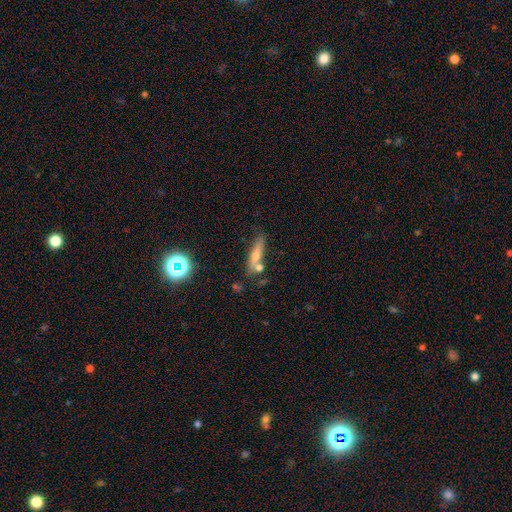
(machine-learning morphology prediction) A smooth galaxy with no disk features (56%) that is cigar-shaped (73%). Merging: none (63%).